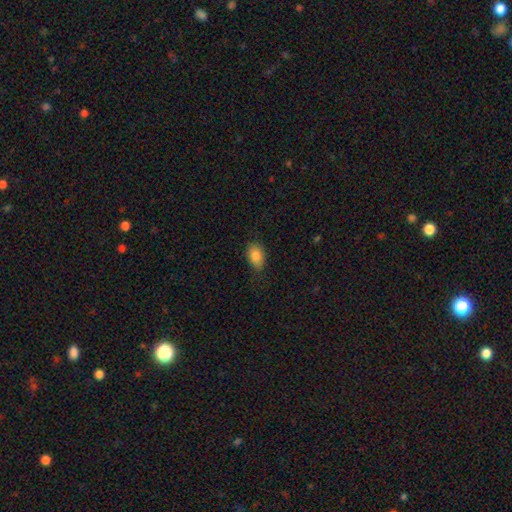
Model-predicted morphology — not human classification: A smooth galaxy with no disk features (84%) that is in between round and cigar-shaped (87%).

Vote fractions:
- Smooth or featured? smooth: 84% / featured or disk: 8% / star or artifact: 8%
- How rounded? in between: 87% / round: 11% / cigar-shaped: 2%
- Merging? none: 78% / minor disturbance: 18% / major disturbance: 3% / merger: 1%